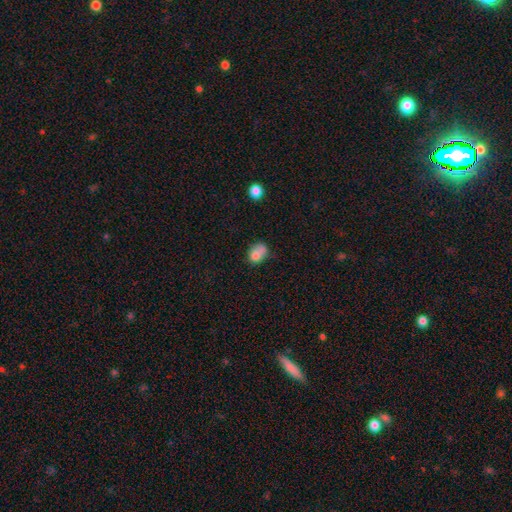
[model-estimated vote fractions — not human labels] smooth-or-featured: smooth: 74% | featured or disk: 16% | star or artifact: 11%
  how-rounded: in between: 54% | round: 45% | cigar-shaped: 1%
  merging: merger: 33% | none: 32% | minor disturbance: 23% | major disturbance: 13%